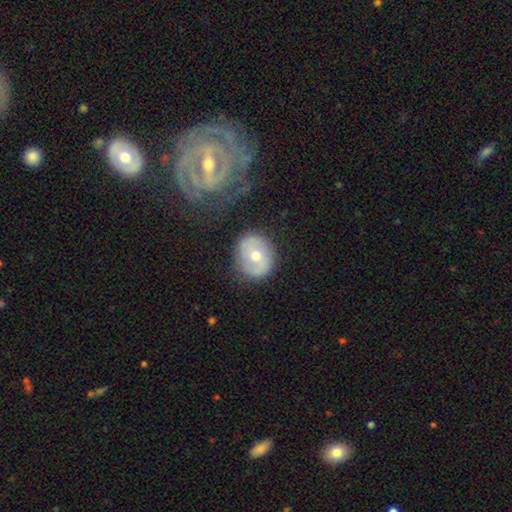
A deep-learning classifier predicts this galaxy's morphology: This is possibly a featured or disk galaxy (46%, tied with smooth). Merging: likely none (77%).